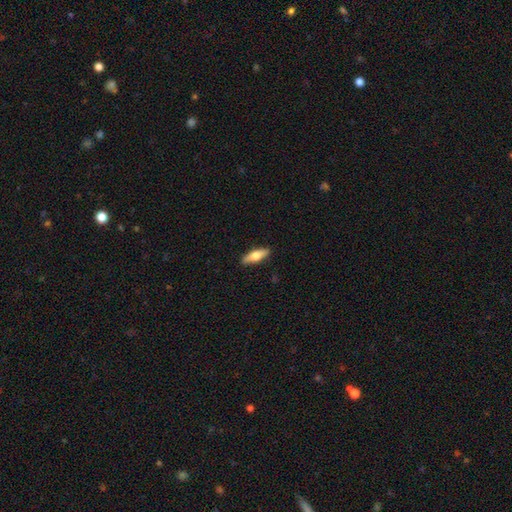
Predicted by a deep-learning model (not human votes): Smooth or featured: smooth — 62% (featured or disk — 33%)
How rounded: in between — 53% (cigar-shaped — 44%)
Merging: none — 89% (minor disturbance — 8%)